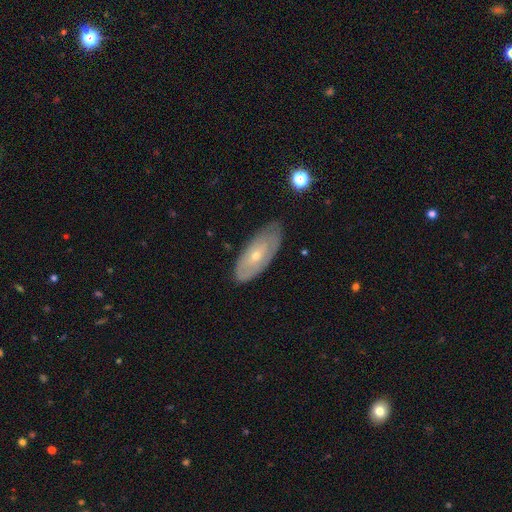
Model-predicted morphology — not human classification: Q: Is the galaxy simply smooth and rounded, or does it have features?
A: featured or disk — 57%.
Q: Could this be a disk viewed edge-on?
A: no — 83%.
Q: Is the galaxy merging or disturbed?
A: none — 70%.